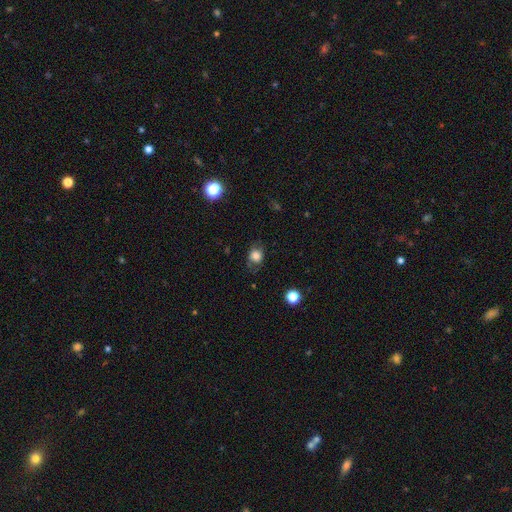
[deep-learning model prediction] smooth 74%, featured or disk 15%, star or artifact 11%. Down the decision tree: how rounded — round (54%); merging — none (64%).